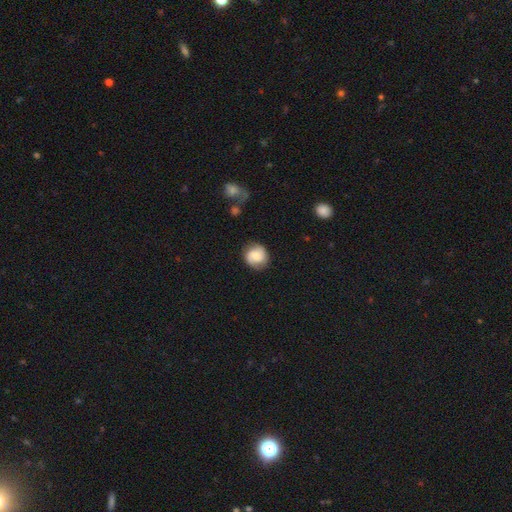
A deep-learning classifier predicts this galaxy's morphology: This is possibly a smooth galaxy (52%). How rounded: clearly round (82%). Merging: likely none (80%).